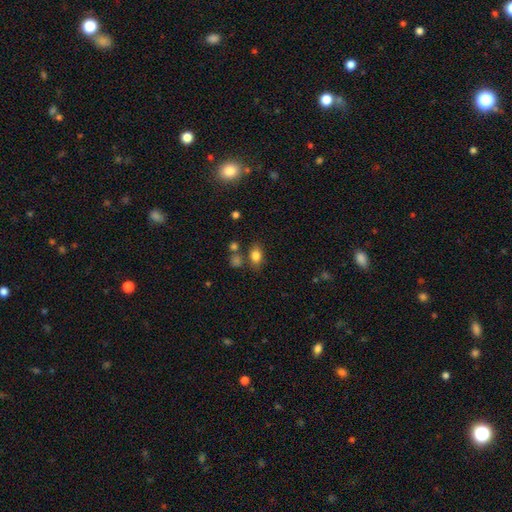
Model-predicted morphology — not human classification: Overall: smooth (81%). How rounded: in between (73%). Merging: none (72%).